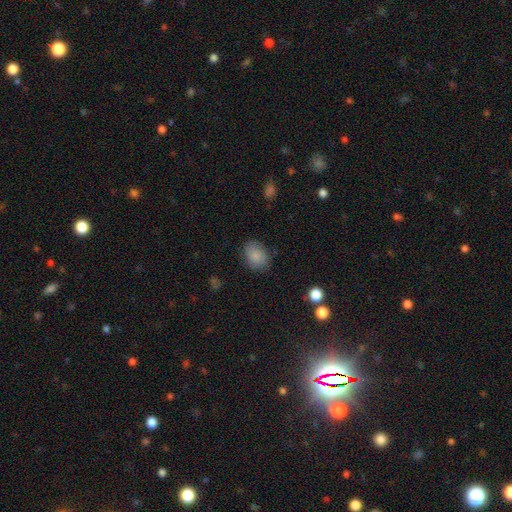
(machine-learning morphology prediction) Smooth or featured? smooth (86%)
How rounded? in between (66%)
Merging? none (81%)